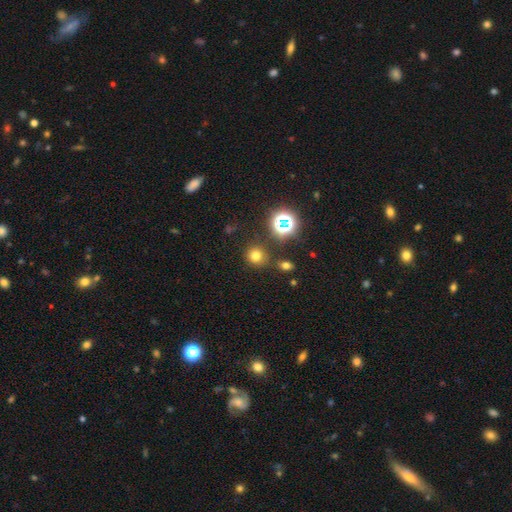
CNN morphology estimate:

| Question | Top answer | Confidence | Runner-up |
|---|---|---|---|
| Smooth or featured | smooth | 70% | star or artifact (23%) |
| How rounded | round | 87% | in between (12%) |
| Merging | none | 80% | minor disturbance (9%) |